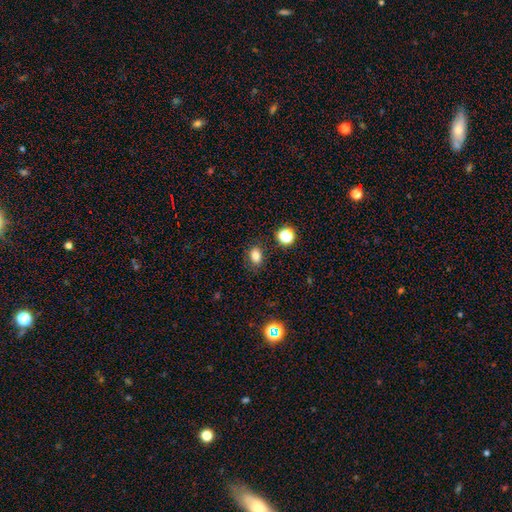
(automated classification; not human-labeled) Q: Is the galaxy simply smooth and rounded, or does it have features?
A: smooth — 81%.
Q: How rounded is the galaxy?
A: in between — 74%.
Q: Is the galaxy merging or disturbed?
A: none — 81%.